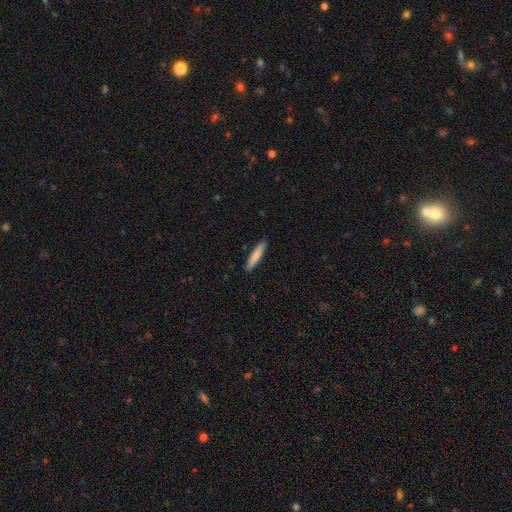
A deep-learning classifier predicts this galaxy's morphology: Smooth or featured? Predicted: smooth (p=0.81). How rounded? Predicted: cigar-shaped (p=0.89). Merging? Predicted: none (p=0.89).